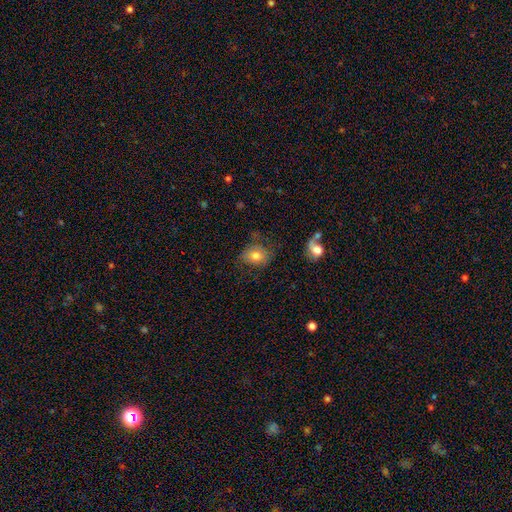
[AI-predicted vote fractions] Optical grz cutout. It shows a smooth galaxy with no disk features (77%) that is in between round and cigar-shaped (53%). Merging: none (62%).